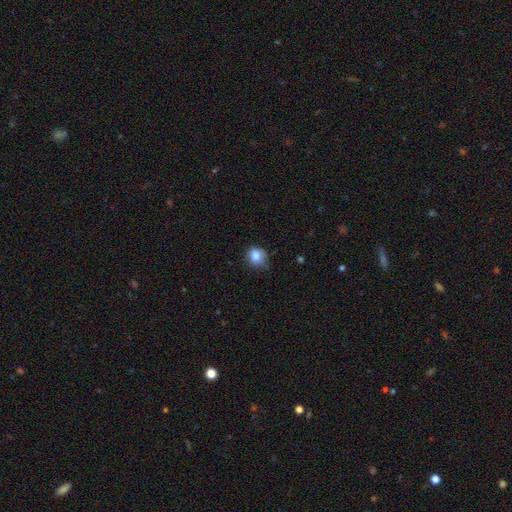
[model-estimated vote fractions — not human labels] This appears to be a smooth galaxy with no disk features (84%) that is round (68%). Merging: none (61%).